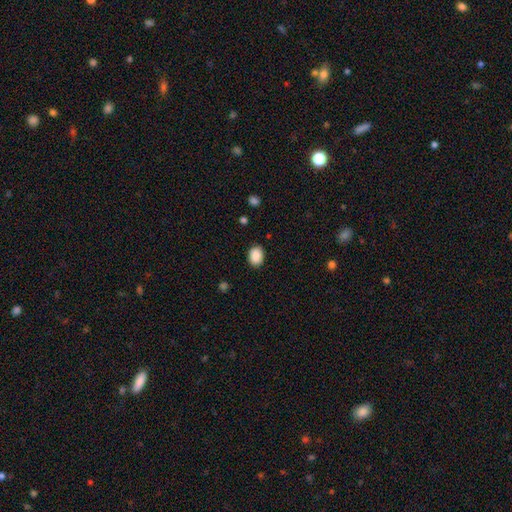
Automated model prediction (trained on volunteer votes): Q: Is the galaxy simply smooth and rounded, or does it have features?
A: smooth — 89%.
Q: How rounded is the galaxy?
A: in between — 65%.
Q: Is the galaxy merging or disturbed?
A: none — 88%.